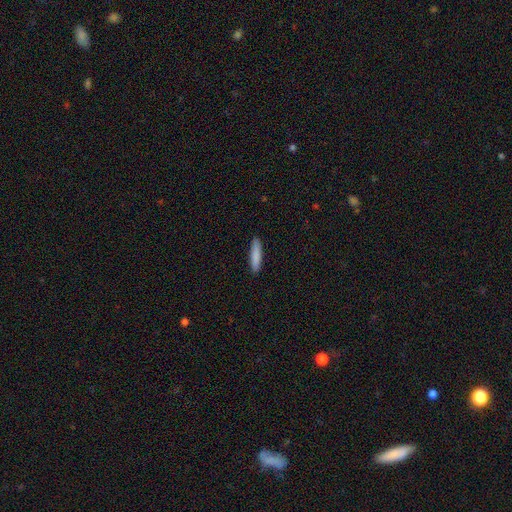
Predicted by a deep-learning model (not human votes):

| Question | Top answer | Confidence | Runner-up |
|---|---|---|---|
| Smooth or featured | smooth | 86% | featured or disk (8%) |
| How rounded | cigar-shaped | 84% | in between (15%) |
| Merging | none | 90% | minor disturbance (7%) |